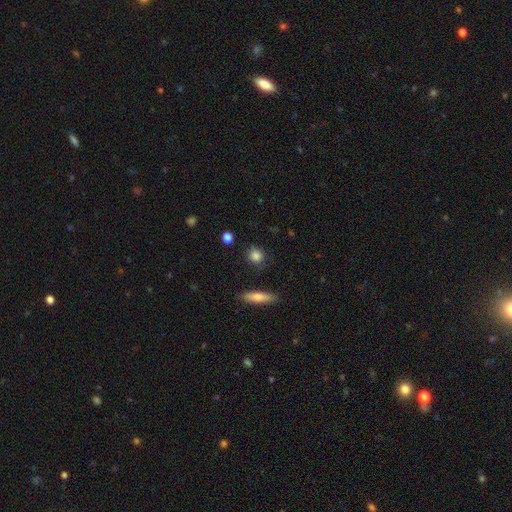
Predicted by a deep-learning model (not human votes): smooth-or-featured: smooth: 85% | star or artifact: 9% | featured or disk: 6%
  how-rounded: round: 80% | in between: 16% | cigar-shaped: 5%
  merging: none: 83% | minor disturbance: 12% | major disturbance: 3% | merger: 2%